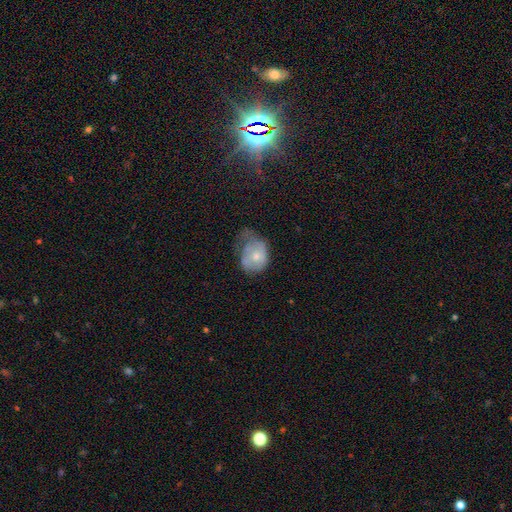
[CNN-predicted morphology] smooth 55%, featured or disk 38%, star or artifact 7%. Down the decision tree: how rounded — in between (55%); merging — major disturbance (40%).